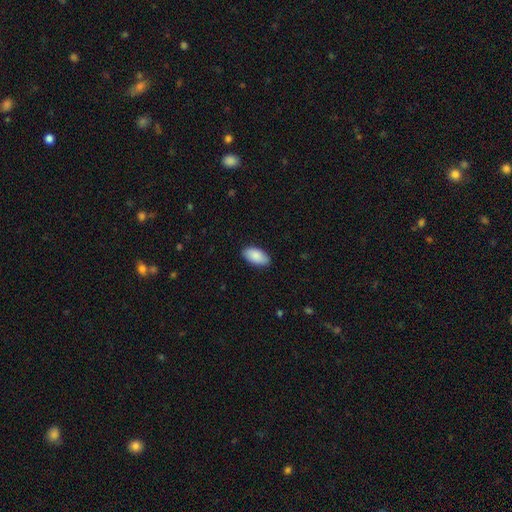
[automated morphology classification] This appears to be a smooth galaxy with no disk features (89%) that is in between round and cigar-shaped (95%). Merging: none (87%).